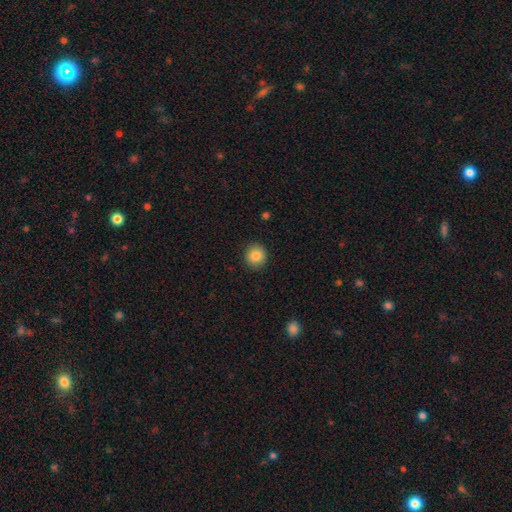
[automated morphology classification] Smooth or featured? Predicted: smooth (p=0.85). How rounded? Predicted: round (p=0.88). Merging? Predicted: none (p=0.90).